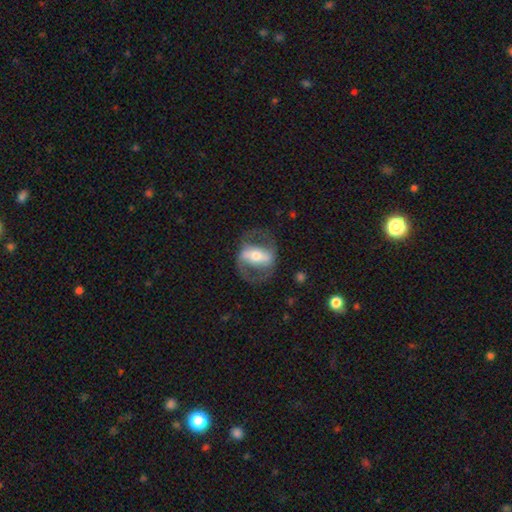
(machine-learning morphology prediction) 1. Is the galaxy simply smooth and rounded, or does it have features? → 75% featured or disk, 20% smooth, 6% star or artifact.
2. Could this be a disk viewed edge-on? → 88% no, 12% yes.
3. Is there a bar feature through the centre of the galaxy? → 67% strong, 19% weak, 14% no.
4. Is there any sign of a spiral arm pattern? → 63% yes, 37% no.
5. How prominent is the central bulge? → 57% moderate, 28% small, 11% large, 2% dominant, 2% none.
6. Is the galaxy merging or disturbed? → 67% none, 17% major disturbance, 15% minor disturbance, 2% merger.